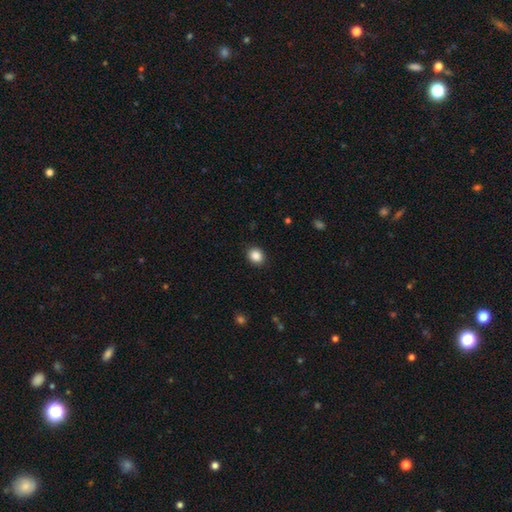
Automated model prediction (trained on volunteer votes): smooth 87%, star or artifact 9%, featured or disk 4%. Down the decision tree: how rounded — round (68%); merging — none (91%).